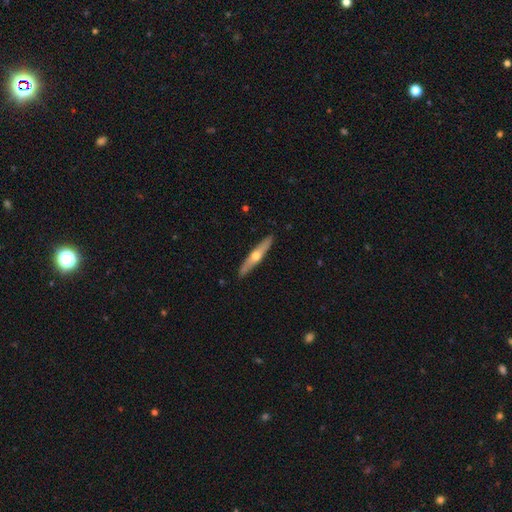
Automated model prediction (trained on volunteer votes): featured or disk 59%, smooth 35%, star or artifact 5%. Down the decision tree: edge-on disk — yes (93%); edge-on bulge — rounded (90%); merging — none (90%).